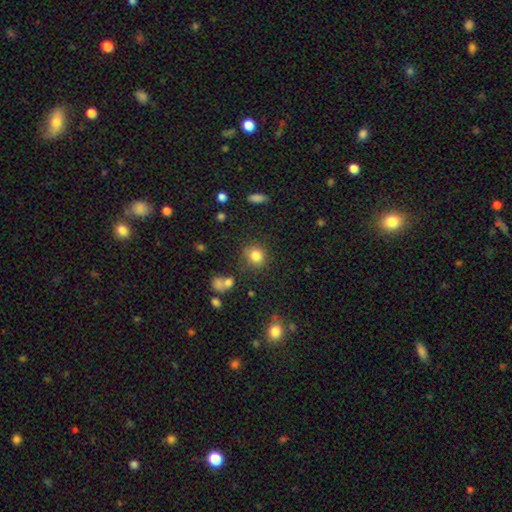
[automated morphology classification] This is clearly a smooth galaxy (82%). How rounded: clearly round (81%). Merging: likely none (79%).